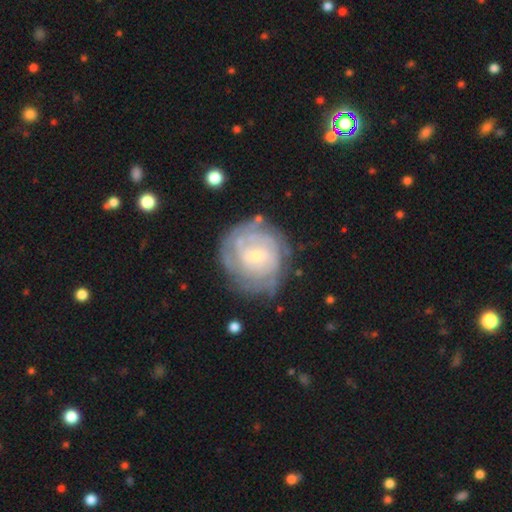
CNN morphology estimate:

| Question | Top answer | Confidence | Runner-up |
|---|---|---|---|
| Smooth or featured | featured or disk | 73% | smooth (20%) |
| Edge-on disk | no | 98% | yes (2%) |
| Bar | weak | 57% | no (30%) |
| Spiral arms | yes | 84% | no (16%) |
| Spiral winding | tight | 71% | medium (22%) |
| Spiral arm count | can't tell | 55% | 2 (17%) |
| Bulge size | small | 65% | moderate (28%) |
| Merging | none | 71% | minor disturbance (18%) |